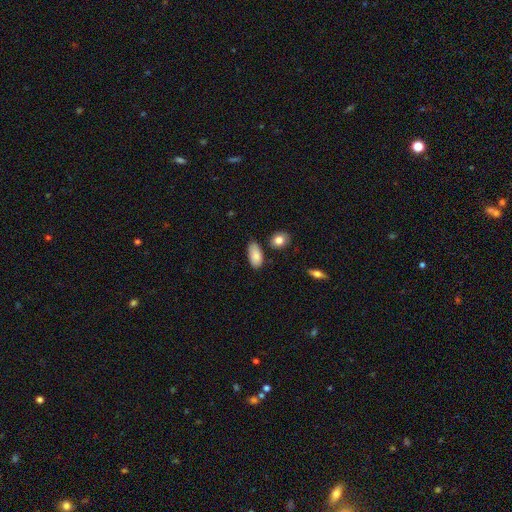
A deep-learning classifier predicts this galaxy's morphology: Overall: smooth (85%). How rounded: in between (92%). Merging: none (69%).